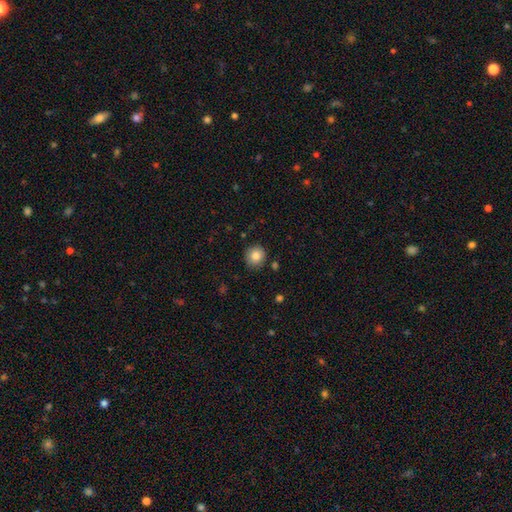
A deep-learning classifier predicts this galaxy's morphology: type=smooth (84%); roundness=round (90%); merging=none (87%).